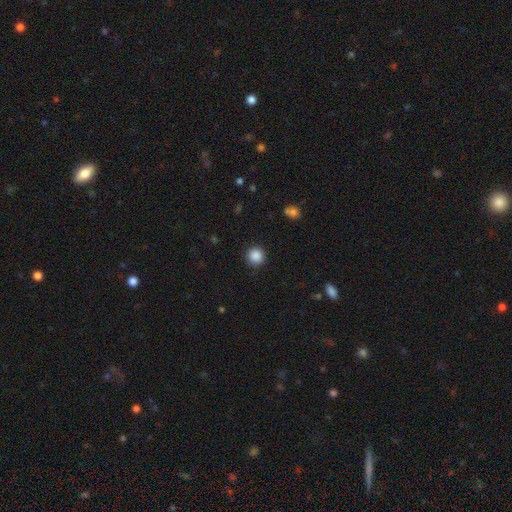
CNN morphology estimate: The model was most divided on "smooth or featured": smooth: 87%, star or artifact: 10%, featured or disk: 3%. More confident: how rounded — round (94%); merging — none (90%).